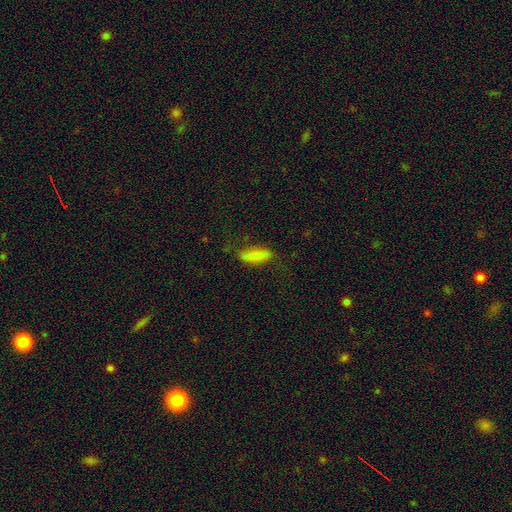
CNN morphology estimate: Smooth or featured: smooth — 80% (featured or disk — 13%)
How rounded: in between — 54% (cigar-shaped — 44%)
Merging: none — 67% (minor disturbance — 22%)